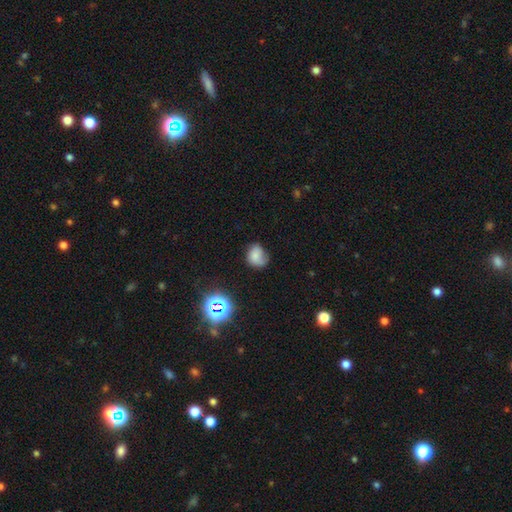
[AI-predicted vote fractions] Smooth or featured? Predicted: smooth (p=0.65). How rounded? Predicted: round (p=0.59). Merging? Predicted: none (p=0.48).